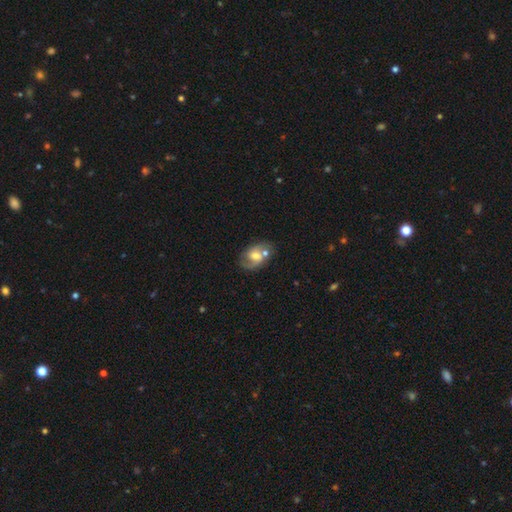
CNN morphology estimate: A featured or disk galaxy (58%) with no bar (45%), spiral arms (76%) and a moderate central bulge (58%). Merging: none (56%).